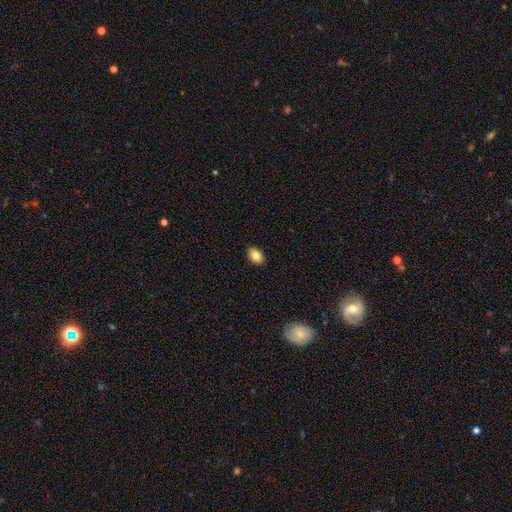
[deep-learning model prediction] The model was most divided on "how rounded": in between: 85%, round: 14%, cigar-shaped: 1%. More confident: merging — none (90%); smooth or featured — smooth (84%).